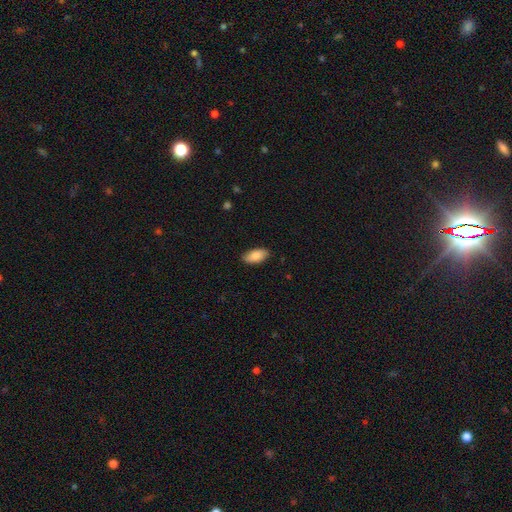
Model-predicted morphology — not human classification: The model was most divided on "merging": none: 87%, minor disturbance: 10%, major disturbance: 2%, merger: 1%. More confident: how rounded — in between (92%); smooth or featured — smooth (87%).